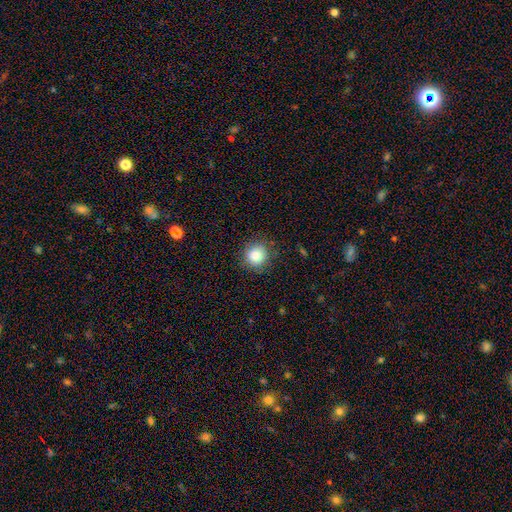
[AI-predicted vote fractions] Overall: smooth (84%). How rounded: round (91%). Merging: none (86%).